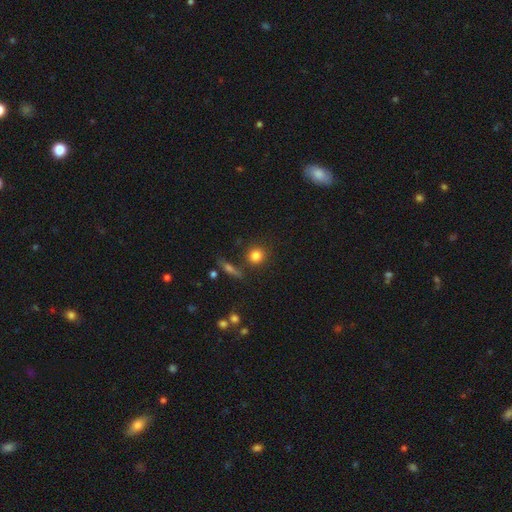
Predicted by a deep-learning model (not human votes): smooth 82%, star or artifact 11%, featured or disk 7%. Down the decision tree: how rounded — round (88%); merging — none (80%).